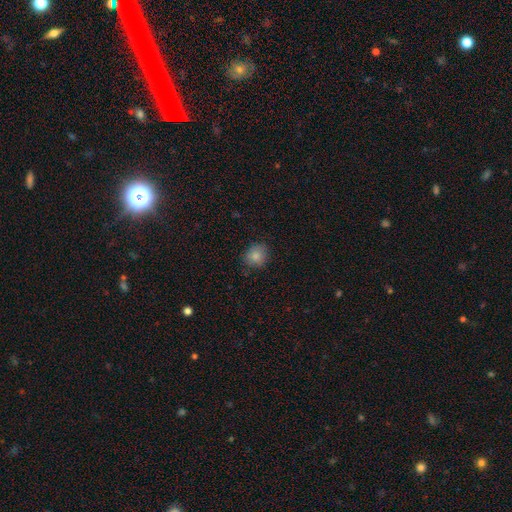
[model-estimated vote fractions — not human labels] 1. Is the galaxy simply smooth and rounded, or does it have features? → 84% smooth, 10% star or artifact, 6% featured or disk.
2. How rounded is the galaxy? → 74% round, 25% in between, 1% cigar-shaped.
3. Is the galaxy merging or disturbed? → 81% none, 15% minor disturbance, 3% major disturbance, 1% merger.